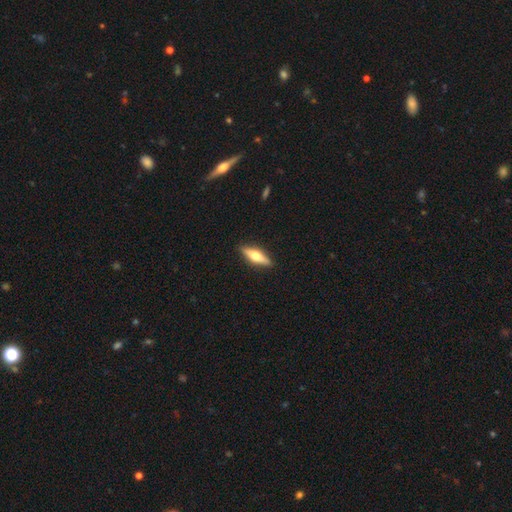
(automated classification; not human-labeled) smooth-or-featured: featured or disk: 53% | smooth: 41% | star or artifact: 5%
  disk-edge-on: yes: 93% | no: 7%
  merging: none: 91% | minor disturbance: 7% | major disturbance: 2% | merger: 1%